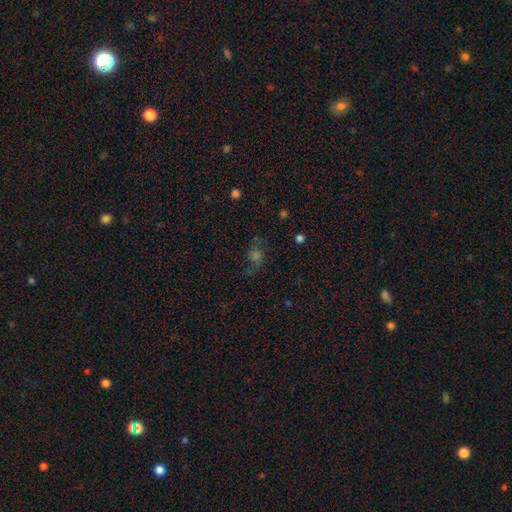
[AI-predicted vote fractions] Morphology: type=featured or disk (43%); merging=none (64%).